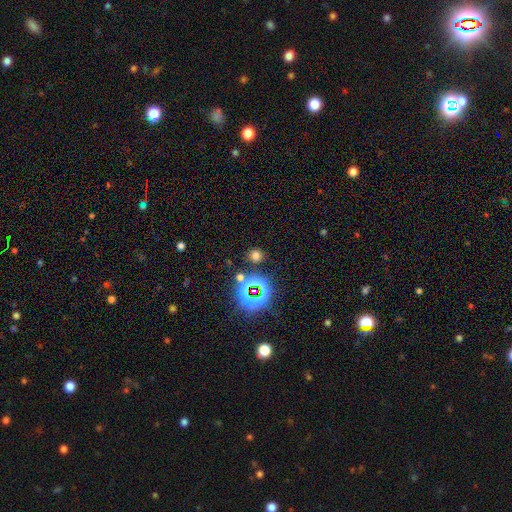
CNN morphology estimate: Q: Smooth or featured?
A: smooth (62%); runner-up: star or artifact (31%)
Q: How rounded?
A: round (85%); runner-up: in between (14%)
Q: Merging?
A: none (84%); runner-up: minor disturbance (8%)